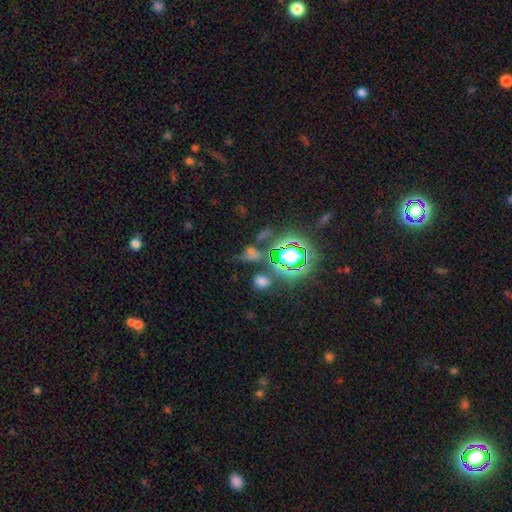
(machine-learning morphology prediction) This appears to be a star or artifact, not a galaxy (54%).